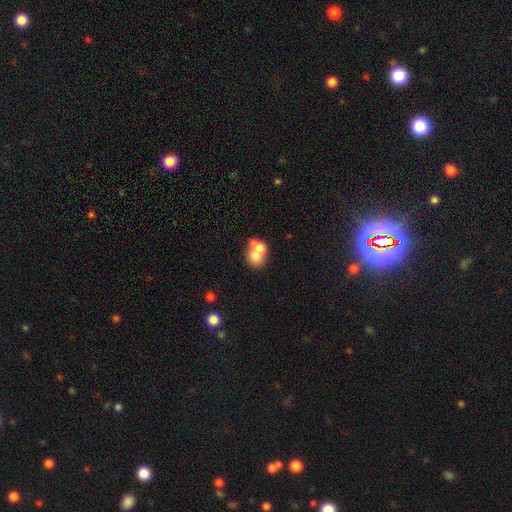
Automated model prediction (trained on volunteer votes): The model was most divided on "how rounded": round: 52%, in between: 47%, cigar-shaped: 1%. More confident: smooth or featured — smooth (67%); merging — merger (66%).